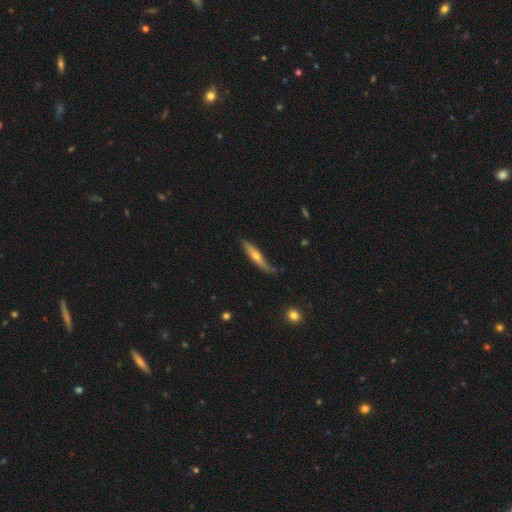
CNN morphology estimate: Smooth or featured? Predicted: featured or disk (p=0.55). Edge-on disk? Predicted: yes (p=0.87). Merging? Predicted: none (p=0.63).